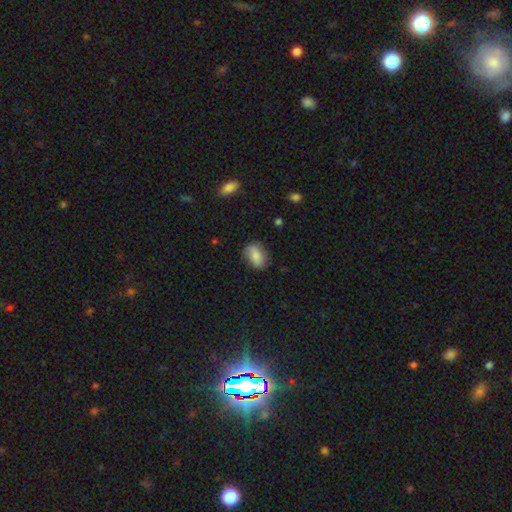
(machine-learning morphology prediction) Smooth or featured? Predicted: smooth (p=0.80). How rounded? Predicted: in between (p=0.84). Merging? Predicted: none (p=0.77).